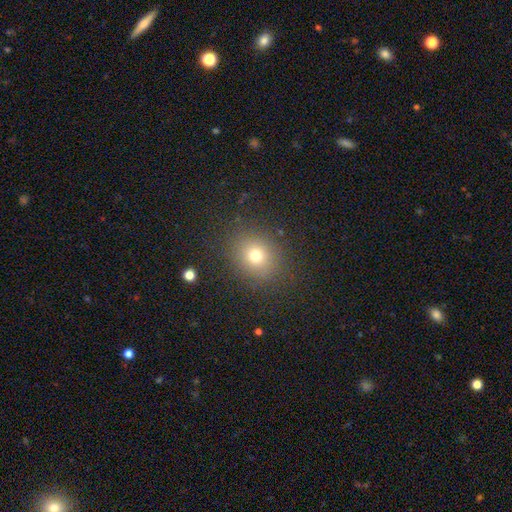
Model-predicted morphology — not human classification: type=smooth (73%); roundness=round (70%); merging=none (85%).